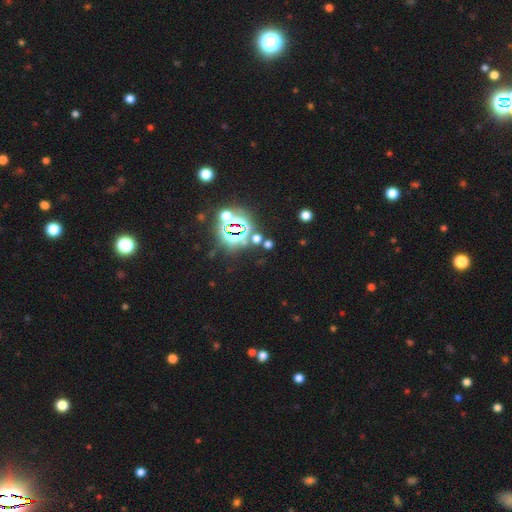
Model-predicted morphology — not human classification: Overall: star or artifact (83%).